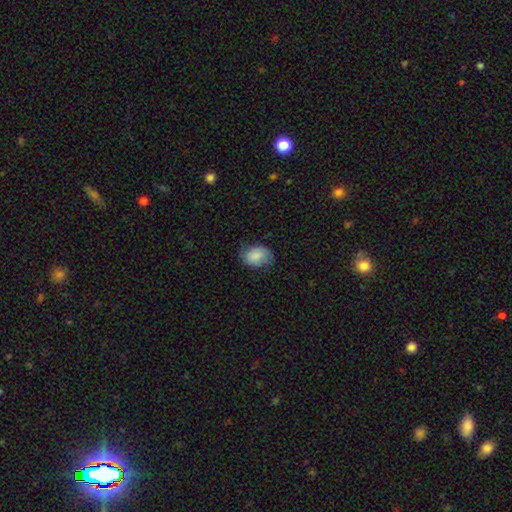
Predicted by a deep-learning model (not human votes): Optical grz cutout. It shows a smooth galaxy with no disk features (80%) that is in between round and cigar-shaped (68%). Merging: none (62%).